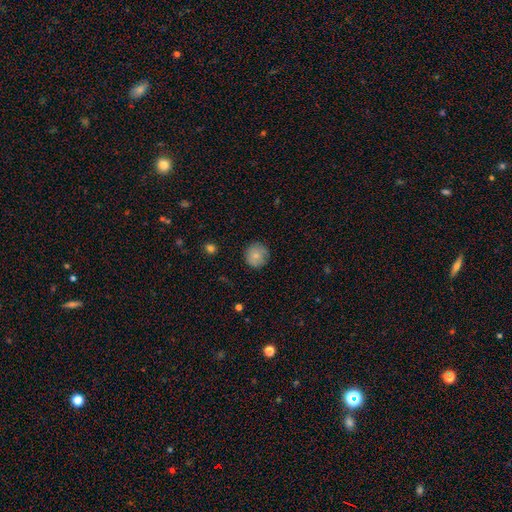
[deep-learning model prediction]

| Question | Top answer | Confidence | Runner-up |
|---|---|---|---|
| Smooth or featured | smooth | 78% | featured or disk (14%) |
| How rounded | round | 93% | in between (6%) |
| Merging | none | 83% | minor disturbance (13%) |